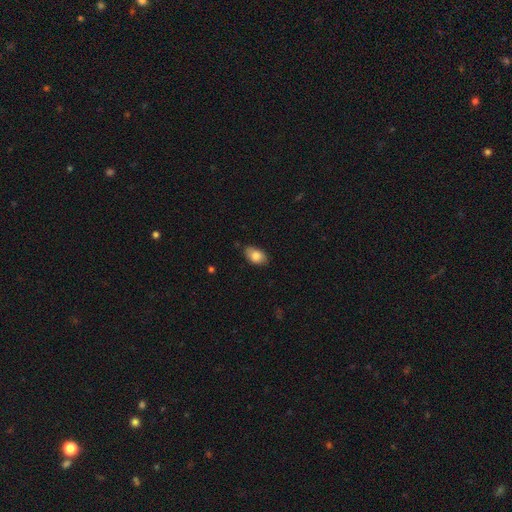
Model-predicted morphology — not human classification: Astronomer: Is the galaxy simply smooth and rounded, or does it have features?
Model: smooth — 84%.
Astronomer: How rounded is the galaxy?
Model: in between — 91%.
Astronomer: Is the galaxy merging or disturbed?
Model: none — 80%.